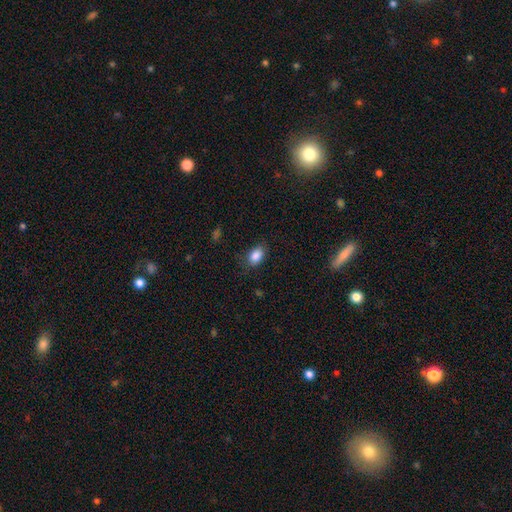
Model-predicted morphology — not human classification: Smooth or featured? Predicted: smooth (p=0.87). How rounded? Predicted: in between (p=0.86). Merging? Predicted: none (p=0.77).